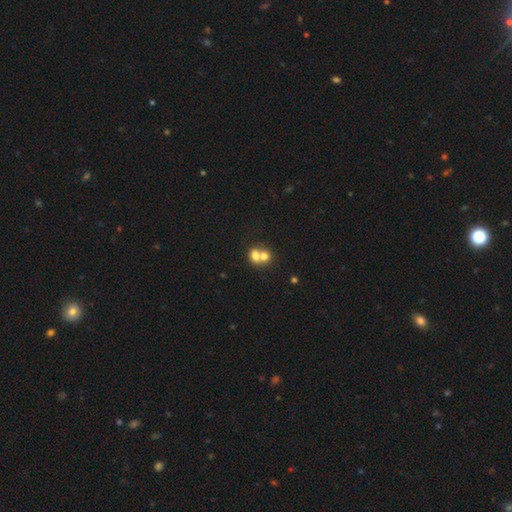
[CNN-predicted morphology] The model was most divided on "how rounded": round: 67%, in between: 32%, cigar-shaped: 1%. More confident: smooth or featured — smooth (70%); merging — merger (69%).